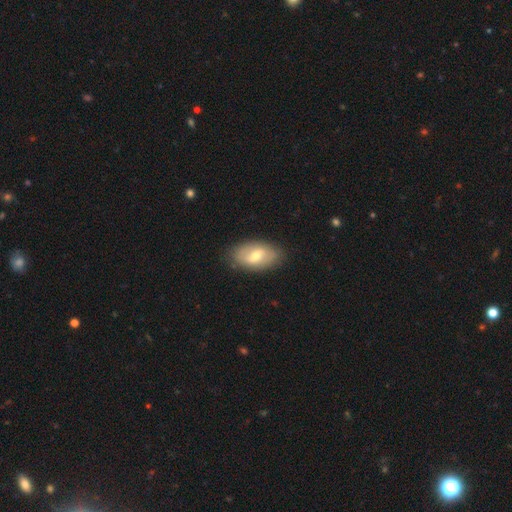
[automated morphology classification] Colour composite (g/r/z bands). It shows a smooth galaxy with no disk features (53%) that is in between round and cigar-shaped (92%). Merging: none (82%).